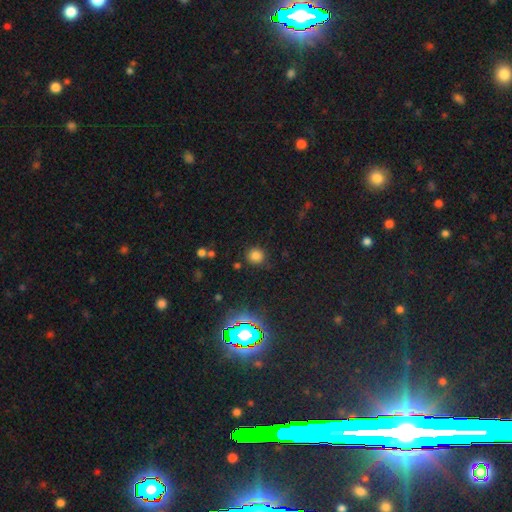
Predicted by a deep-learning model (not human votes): Smooth or featured: smooth — 76% (star or artifact — 19%)
How rounded: round — 89% (in between — 10%)
Merging: none — 83% (minor disturbance — 10%)